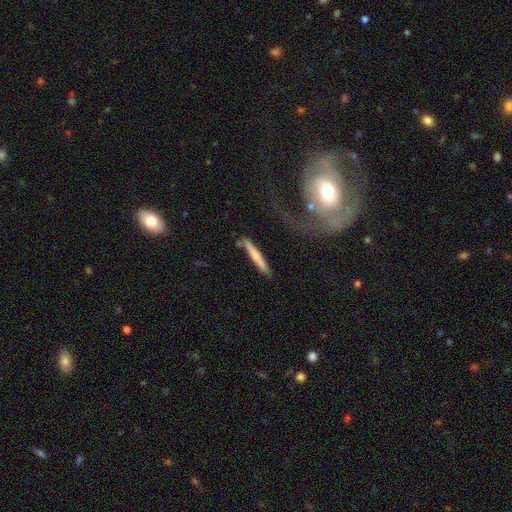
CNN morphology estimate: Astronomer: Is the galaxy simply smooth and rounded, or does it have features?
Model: smooth — 61%.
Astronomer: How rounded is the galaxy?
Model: cigar-shaped — 95%.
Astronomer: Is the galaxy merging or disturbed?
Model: none — 75%.